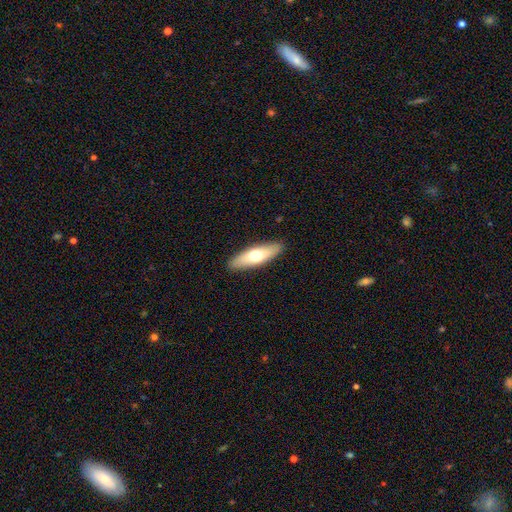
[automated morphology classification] smooth 61%, featured or disk 34%, star or artifact 5%. Down the decision tree: how rounded — cigar-shaped (50%); merging — none (89%).